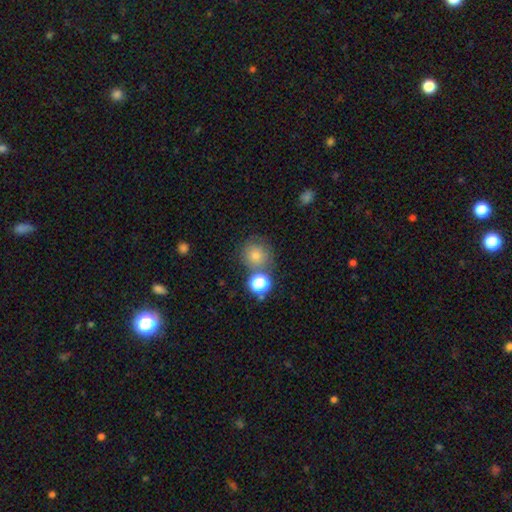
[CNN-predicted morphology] type=smooth (70%); roundness=round (90%); merging=none (69%).